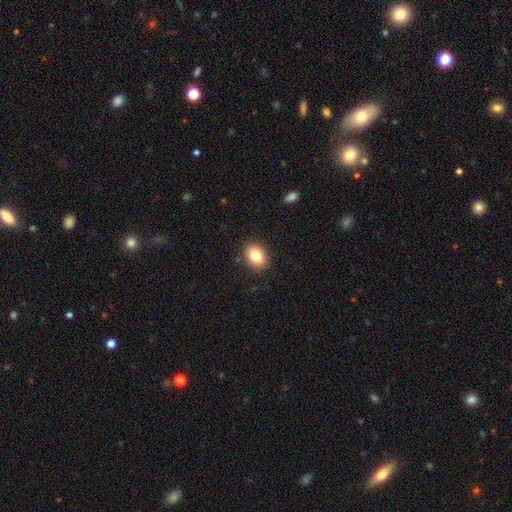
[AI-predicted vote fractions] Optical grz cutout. It shows a smooth galaxy with no disk features (81%) that is in between round and cigar-shaped (67%). Merging: none (87%).